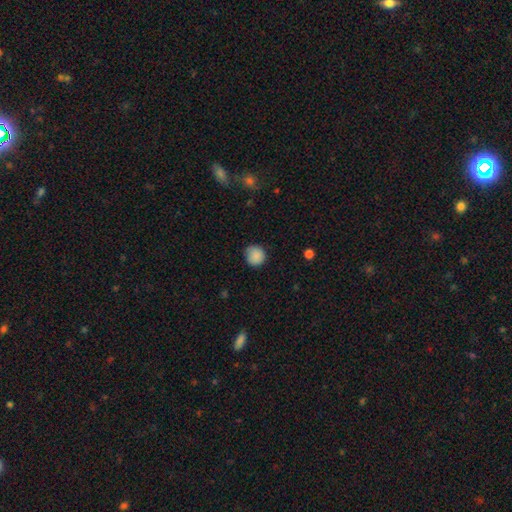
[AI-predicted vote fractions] The model was most divided on "merging": none: 80%, minor disturbance: 16%, major disturbance: 3%, merger: 1%. More confident: how rounded — round (90%); smooth or featured — smooth (87%).